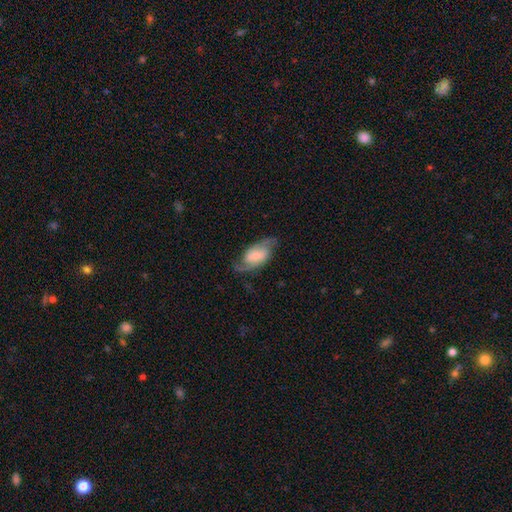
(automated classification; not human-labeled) Q: Smooth or featured?
A: featured or disk (74%); runner-up: smooth (20%)
Q: Edge-on disk?
A: no (94%); runner-up: yes (6%)
Q: Bar?
A: weak (42%); tied with: no (42%)
Q: Spiral arms?
A: yes (93%); runner-up: no (7%)
Q: Spiral winding?
A: medium (47%); runner-up: loose (33%)
Q: Spiral arm count?
A: 2 (88%); runner-up: can't tell (6%)
Q: Bulge size?
A: small (46%); runner-up: moderate (37%)
Q: Merging?
A: none (73%); runner-up: minor disturbance (17%)